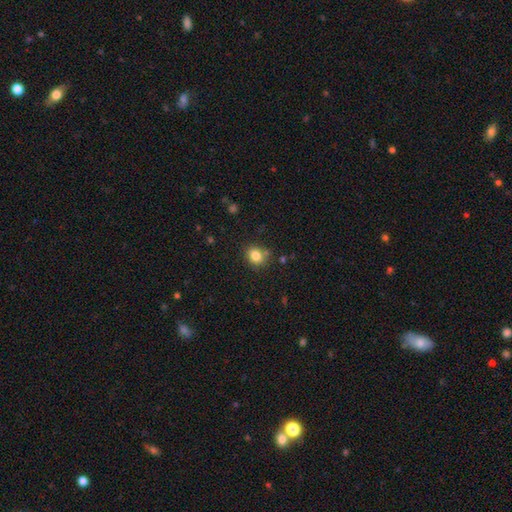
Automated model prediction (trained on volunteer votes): smooth_or_featured: smooth (p=0.83) [alt: star or artifact p=0.11]
how_rounded: round (p=0.69) [alt: in between p=0.30]
merging: none (p=0.75) [alt: minor disturbance p=0.15]